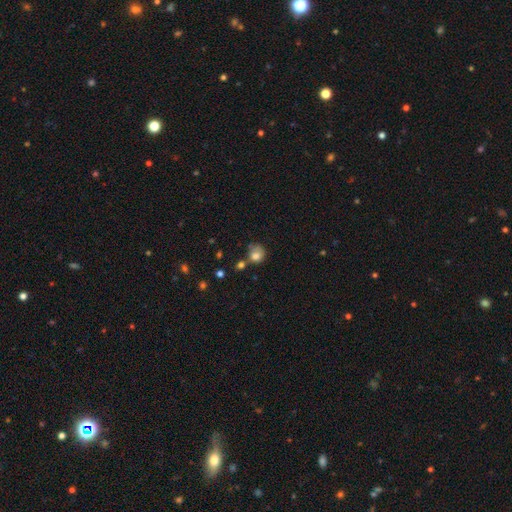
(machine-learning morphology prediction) Smooth or featured: smooth — 79% (star or artifact — 11%)
How rounded: round — 73% (in between — 26%)
Merging: none — 44% (minor disturbance — 27%)